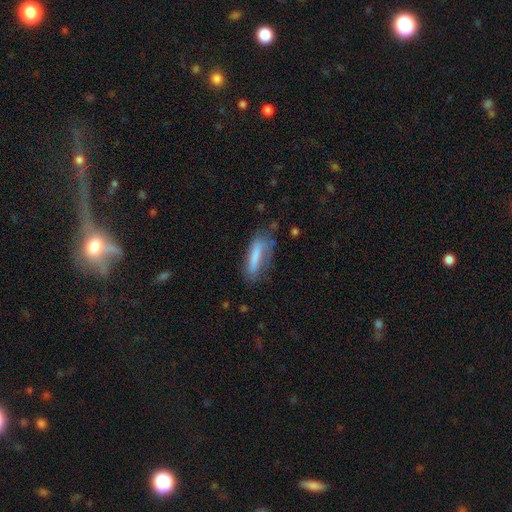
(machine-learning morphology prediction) The model was most divided on "merging": none: 55%, minor disturbance: 27%, major disturbance: 15%, merger: 3%. More confident: smooth or featured — smooth (68%); how rounded — cigar-shaped (64%).